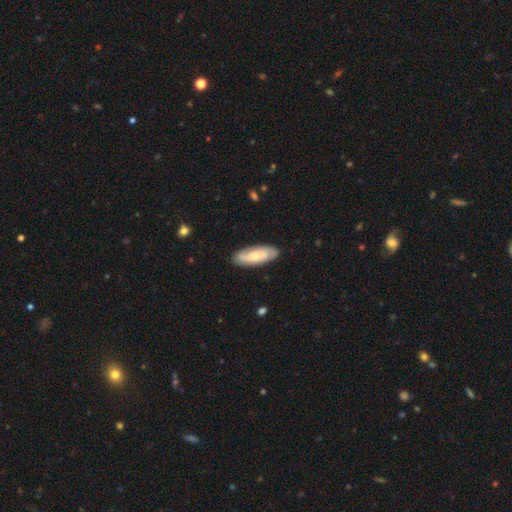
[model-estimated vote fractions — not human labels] Smooth or featured?
  - featured or disk: 57% *
  - smooth: 38%
  - star or artifact: 5%
Edge-on disk?
  - no: 87% *
  - yes: 13%
Merging?
  - none: 85% *
  - minor disturbance: 11%
  - major disturbance: 2%
  - merger: 1%